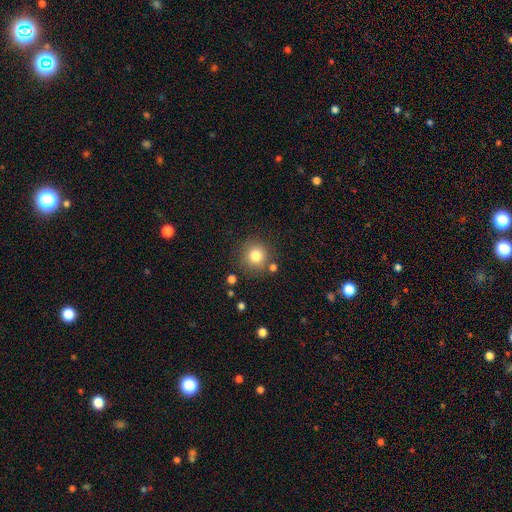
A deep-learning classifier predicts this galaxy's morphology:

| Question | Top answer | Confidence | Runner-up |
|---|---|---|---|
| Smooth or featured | smooth | 81% | star or artifact (12%) |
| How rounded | round | 93% | in between (6%) |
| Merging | none | 82% | minor disturbance (9%) |